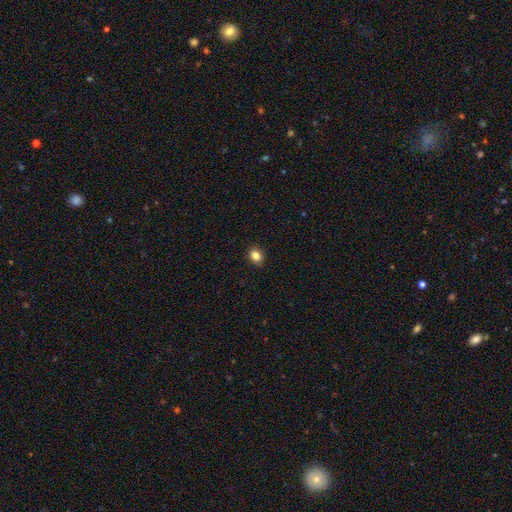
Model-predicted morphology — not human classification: This is clearly a smooth galaxy (85%). How rounded: possibly in between (55%). Merging: clearly none (89%).